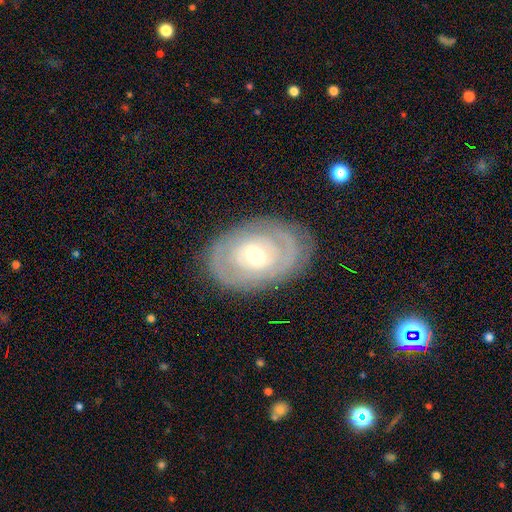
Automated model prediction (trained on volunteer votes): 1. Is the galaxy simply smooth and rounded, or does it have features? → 77% featured or disk, 18% smooth, 6% star or artifact.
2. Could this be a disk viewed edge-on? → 94% no, 6% yes.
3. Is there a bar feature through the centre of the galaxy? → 60% no, 29% weak, 11% strong.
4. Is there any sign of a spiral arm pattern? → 69% yes, 31% no.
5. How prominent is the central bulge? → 57% moderate, 37% small, 4% large, 1% dominant, 1% none.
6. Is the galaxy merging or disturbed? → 81% none, 13% minor disturbance, 5% major disturbance, 1% merger.